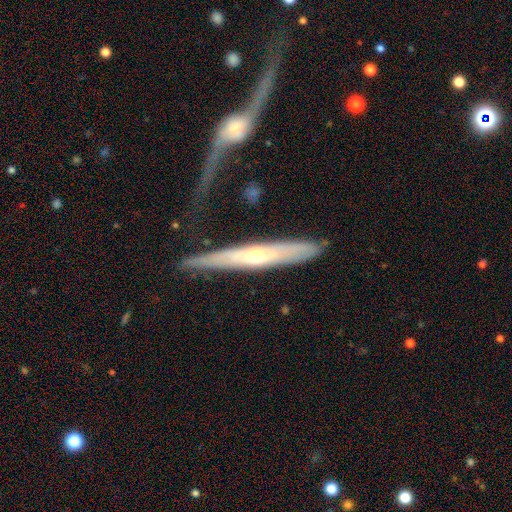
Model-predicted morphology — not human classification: featured or disk 65%, smooth 29%, star or artifact 6%. Down the decision tree: edge-on disk — yes (84%); edge-on bulge — rounded (72%); merging — none (66%).